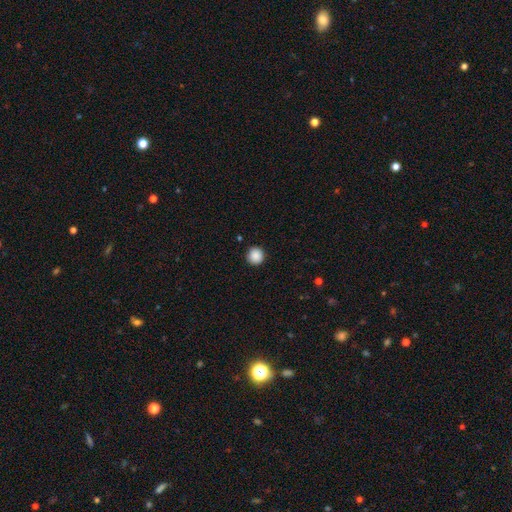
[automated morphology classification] Smooth or featured? Predicted: smooth (p=0.89). How rounded? Predicted: round (p=0.95). Merging? Predicted: none (p=0.92).